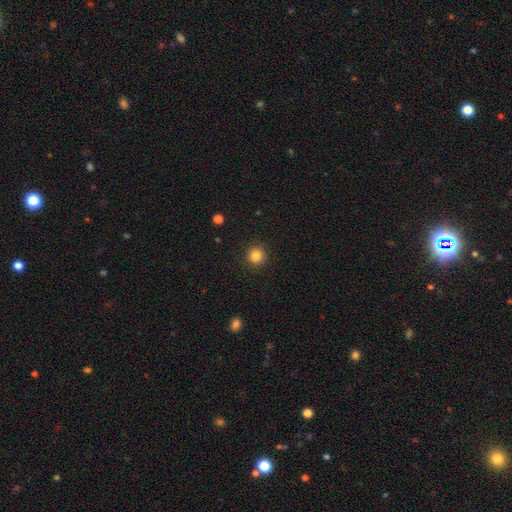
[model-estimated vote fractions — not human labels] This is clearly a smooth galaxy (84%). How rounded: clearly round (92%). Merging: clearly none (91%).